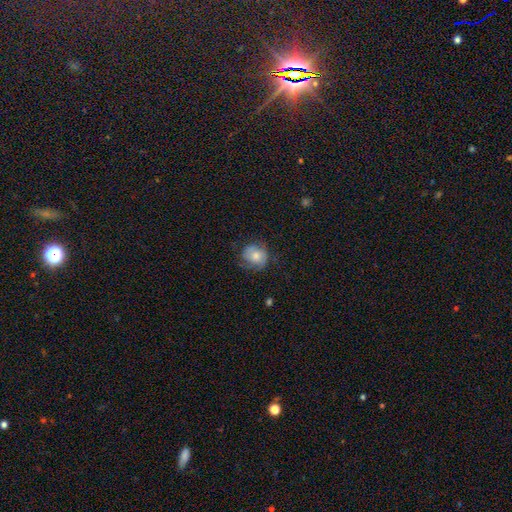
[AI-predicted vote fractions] Smooth or featured?
  - smooth: 64% *
  - featured or disk: 28%
  - star or artifact: 8%
How rounded?
  - round: 77% *
  - in between: 22%
  - cigar-shaped: 1%
Merging?
  - none: 63% *
  - minor disturbance: 25%
  - major disturbance: 11%
  - merger: 1%